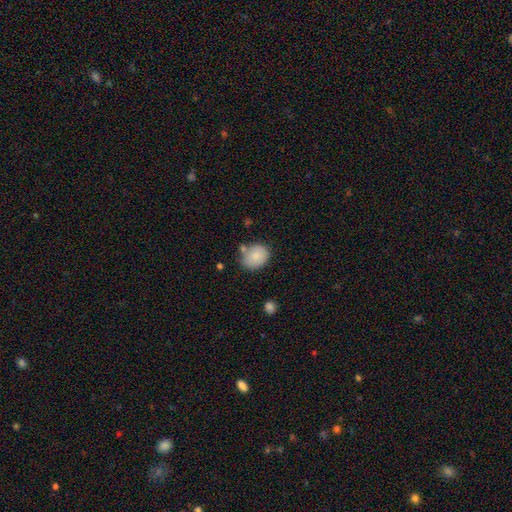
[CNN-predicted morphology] A smooth galaxy with no disk features (85%) that is in between round and cigar-shaped (50%). Merging: none (63%).